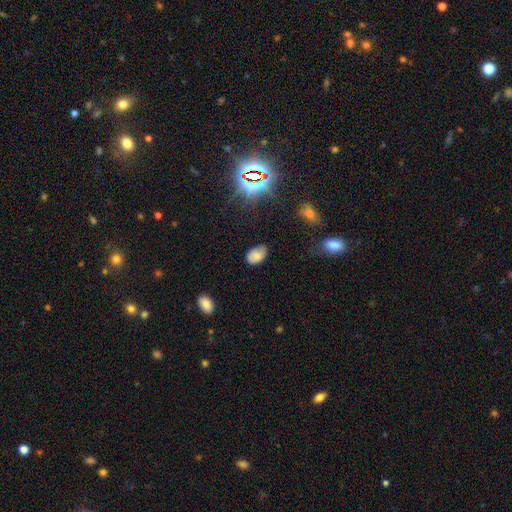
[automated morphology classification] type=smooth (74%); roundness=in between (89%); merging=none (72%).